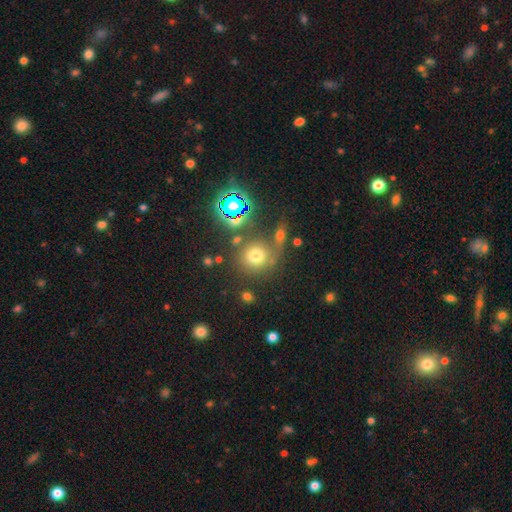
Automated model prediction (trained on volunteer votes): Smooth or featured? Predicted: smooth (p=0.67). How rounded? Predicted: round (p=0.85). Merging? Predicted: none (p=0.65).